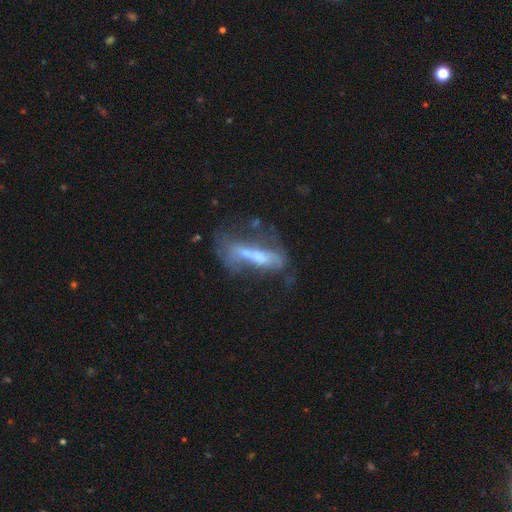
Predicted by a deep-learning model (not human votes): Q: Smooth or featured?
A: featured or disk (55%); runner-up: smooth (34%)
Q: Edge-on disk?
A: no (70%); runner-up: yes (30%)
Q: Merging?
A: major disturbance (37%); runner-up: none (29%)